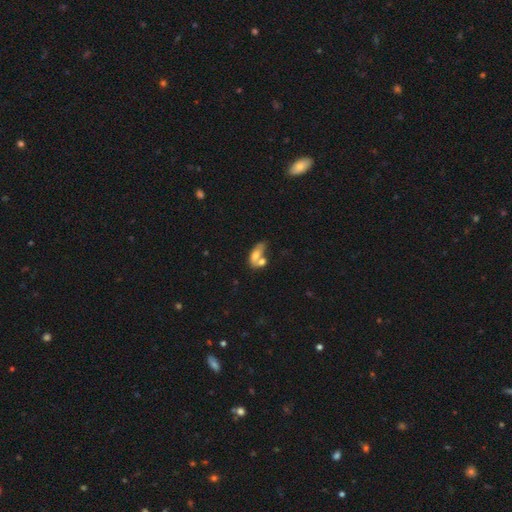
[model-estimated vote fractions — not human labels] A smooth galaxy with no disk features (65%) that is in between round and cigar-shaped (78%).

Vote fractions:
- Smooth or featured? smooth: 65% / featured or disk: 27% / star or artifact: 8%
- How rounded? in between: 78% / cigar-shaped: 14% / round: 8%
- Merging? merger: 53% / none: 24% / minor disturbance: 12% / major disturbance: 11%